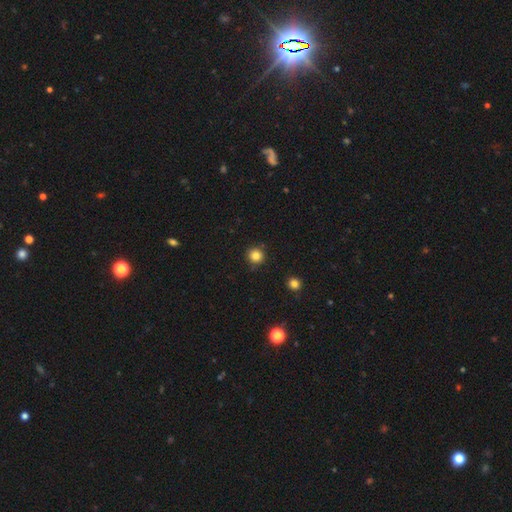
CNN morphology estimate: Smooth or featured: smooth — 84% (star or artifact — 12%)
How rounded: round — 94% (in between — 5%)
Merging: none — 89% (minor disturbance — 7%)